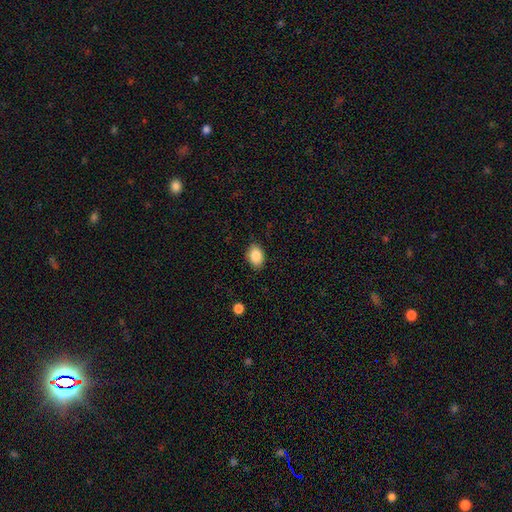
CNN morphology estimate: Overall: smooth (87%). How rounded: in between (80%). Merging: none (86%).